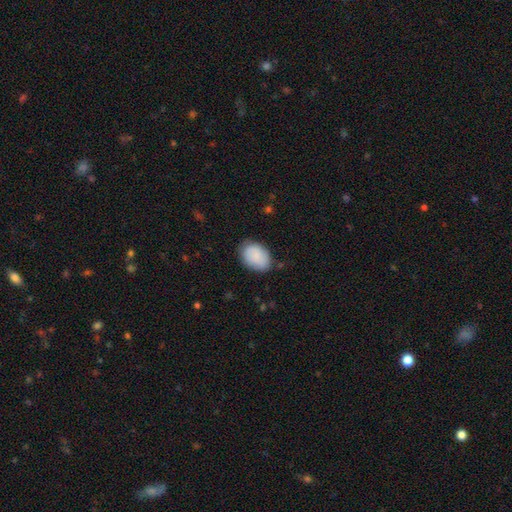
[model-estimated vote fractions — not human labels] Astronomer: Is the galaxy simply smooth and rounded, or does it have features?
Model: smooth — 86%.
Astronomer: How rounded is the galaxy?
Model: in between — 80%.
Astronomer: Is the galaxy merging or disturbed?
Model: none — 76%.